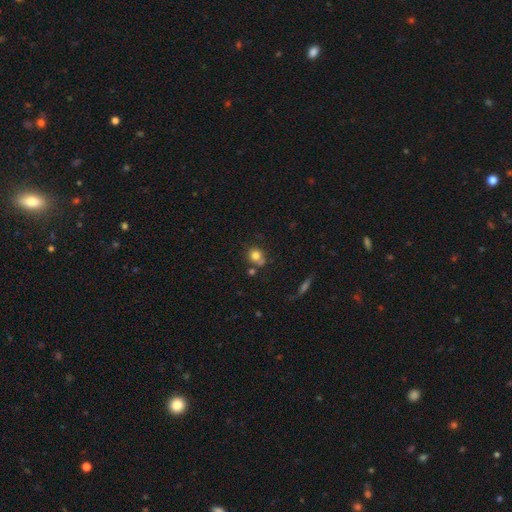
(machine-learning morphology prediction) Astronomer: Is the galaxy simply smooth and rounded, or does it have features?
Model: smooth — 78%.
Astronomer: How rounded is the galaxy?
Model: round — 77%.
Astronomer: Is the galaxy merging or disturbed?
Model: none — 56%.